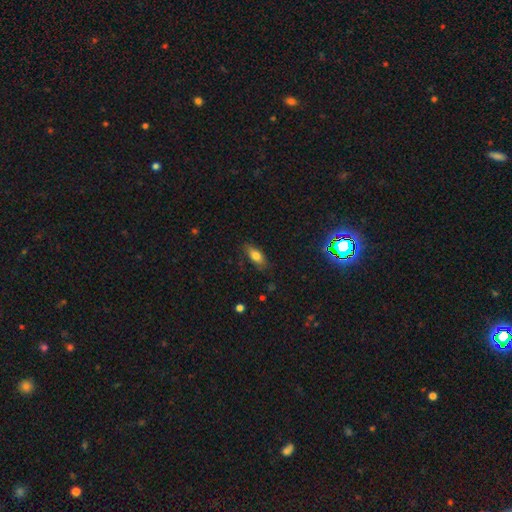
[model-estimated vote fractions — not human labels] The model was most divided on "smooth or featured": smooth: 76%, featured or disk: 15%, star or artifact: 9%. More confident: how rounded — in between (81%); merging — none (80%).